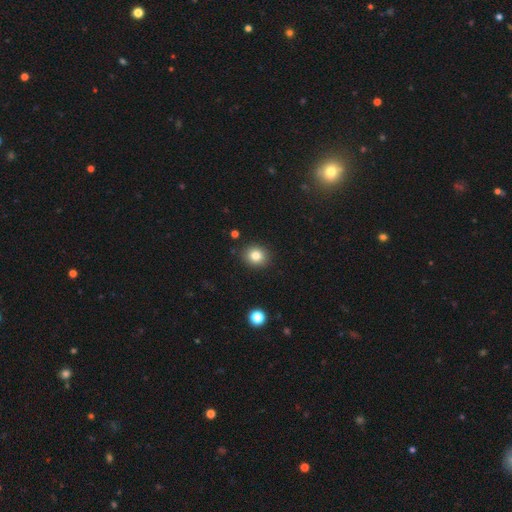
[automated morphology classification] A smooth galaxy with no disk features (83%) that is round (75%). Merging: none (90%).